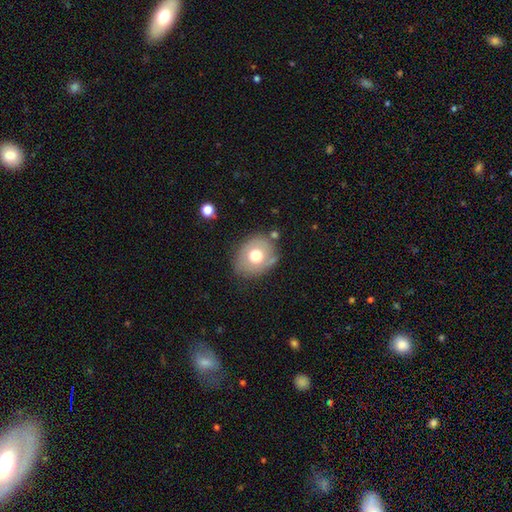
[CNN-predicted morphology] Q: Smooth or featured?
A: smooth (62%); runner-up: featured or disk (29%)
Q: How rounded?
A: round (57%); runner-up: in between (42%)
Q: Merging?
A: none (73%); runner-up: minor disturbance (18%)